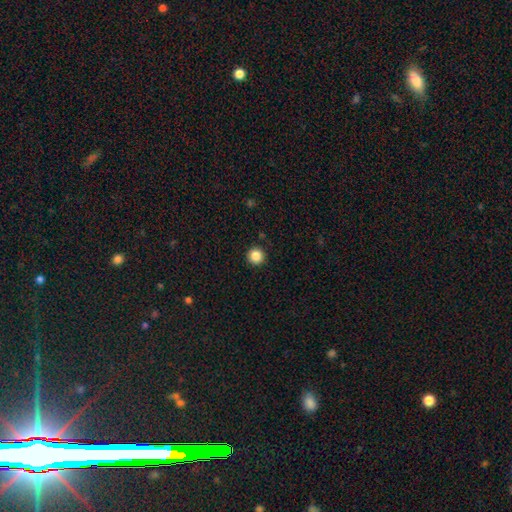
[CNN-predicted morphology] This appears to be a smooth galaxy with no disk features (86%) that is round (96%). Merging: none (93%).